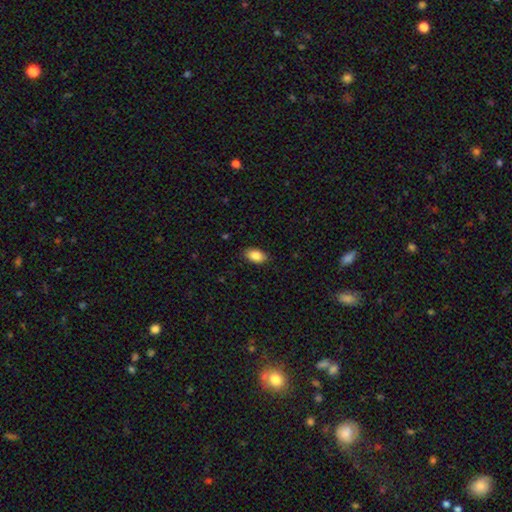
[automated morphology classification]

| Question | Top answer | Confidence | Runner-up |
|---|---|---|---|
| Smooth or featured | smooth | 87% | star or artifact (7%) |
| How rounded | in between | 92% | round (6%) |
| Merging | none | 88% | minor disturbance (9%) |